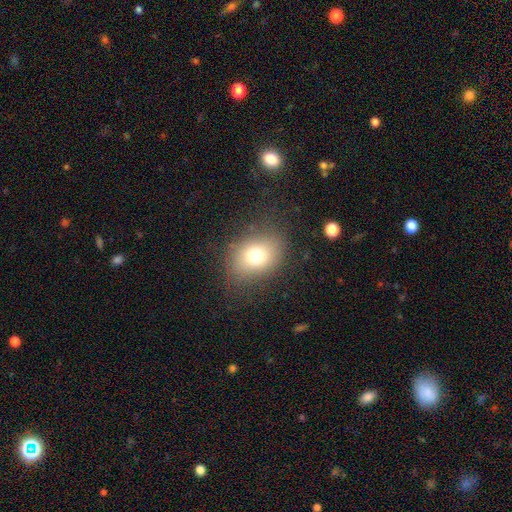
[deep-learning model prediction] smooth_or_featured: smooth (p=0.72) [alt: star or artifact p=0.14]
how_rounded: in between (p=0.54) [alt: round p=0.45]
merging: none (p=0.79) [alt: minor disturbance p=0.13]